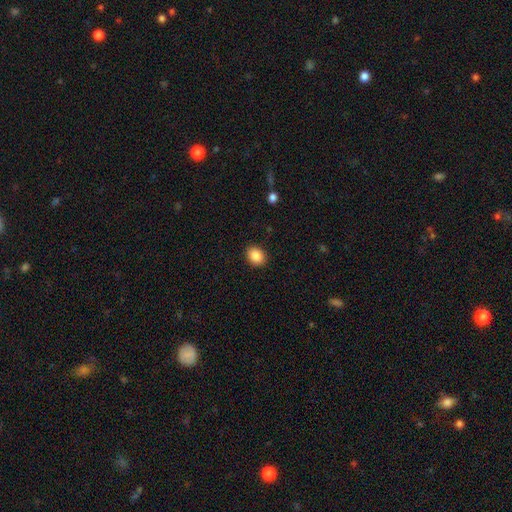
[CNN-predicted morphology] The model was most divided on "how rounded": in between: 52%, round: 48%, cigar-shaped: 1%. More confident: merging — none (89%); smooth or featured — smooth (89%).